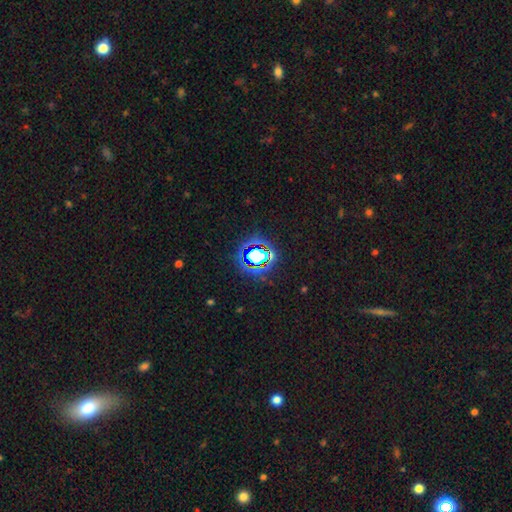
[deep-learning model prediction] Smooth or featured?
  - star or artifact: 67% *
  - smooth: 20%
  - featured or disk: 13%